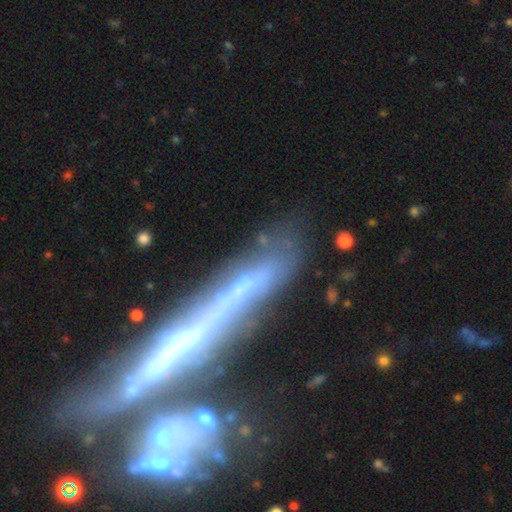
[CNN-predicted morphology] Smooth or featured? Predicted: featured or disk (p=0.74). Edge-on disk? Predicted: yes (p=0.81). Edge-on bulge? Predicted: none (p=0.57). Merging? Predicted: none (p=0.51).